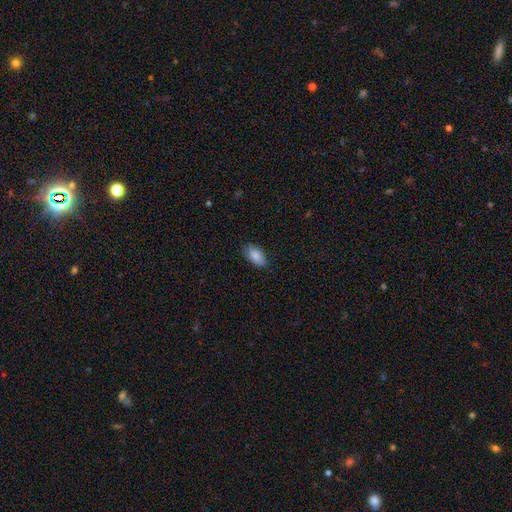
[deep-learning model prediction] This is clearly a smooth galaxy (87%). How rounded: clearly in between (93%). Merging: clearly none (83%).